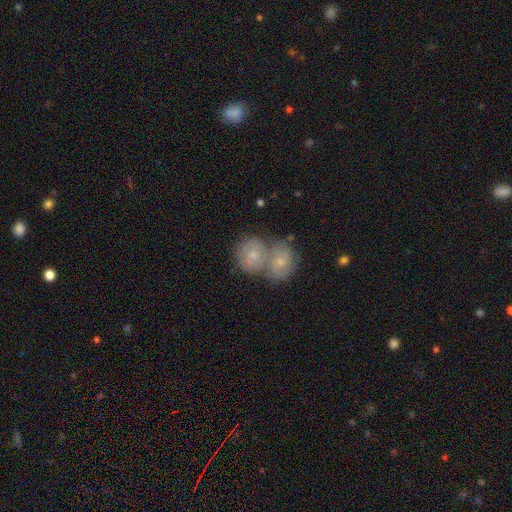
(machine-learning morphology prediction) type=featured or disk (46%); merging=merger (59%).